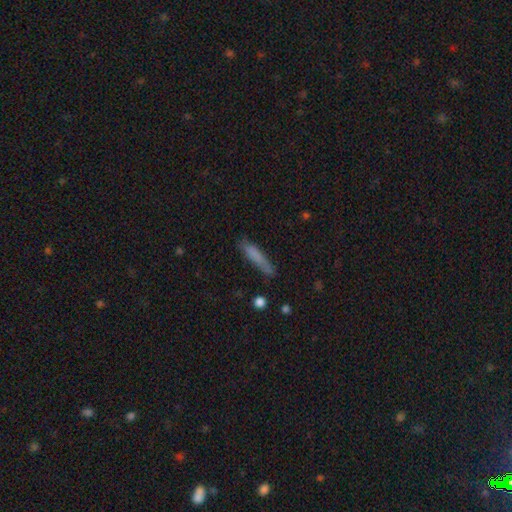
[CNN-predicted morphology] Smooth or featured? Predicted: smooth (p=0.77). How rounded? Predicted: cigar-shaped (p=0.88). Merging? Predicted: none (p=0.72).